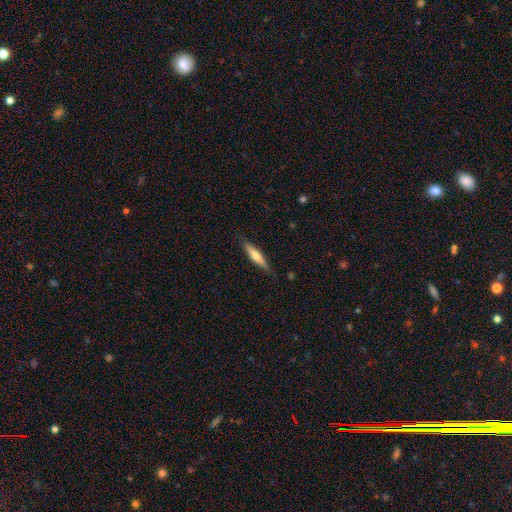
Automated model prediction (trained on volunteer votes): Smooth or featured? Predicted: smooth (p=0.53). How rounded? Predicted: cigar-shaped (p=0.82). Merging? Predicted: none (p=0.84).